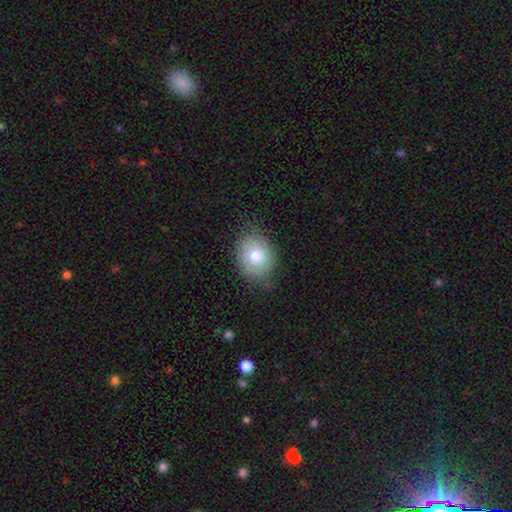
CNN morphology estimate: This appears to be a smooth galaxy with no disk features (77%) that is in between round and cigar-shaped (50%). Merging: none (76%).